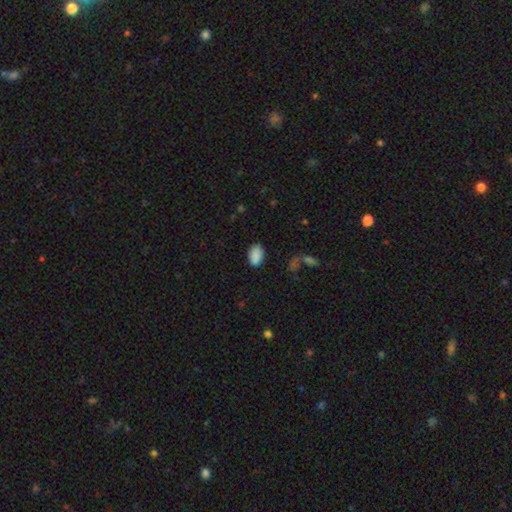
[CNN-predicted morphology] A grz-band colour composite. It shows a smooth galaxy with no disk features (88%) that is in between round and cigar-shaped (91%). Merging: none (83%).